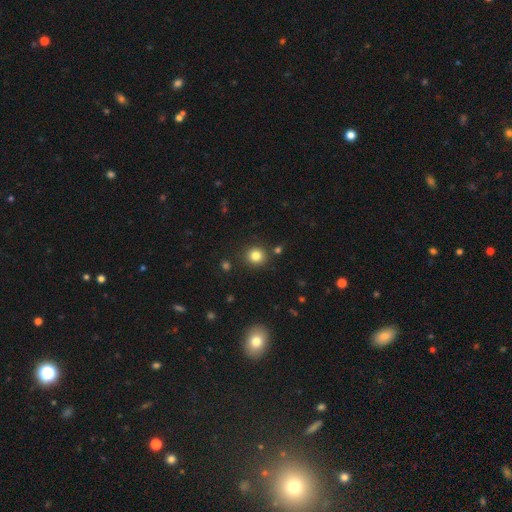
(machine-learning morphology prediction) Q: Smooth or featured?
A: smooth (82%); runner-up: star or artifact (12%)
Q: How rounded?
A: round (91%); runner-up: in between (8%)
Q: Merging?
A: none (87%); runner-up: minor disturbance (7%)